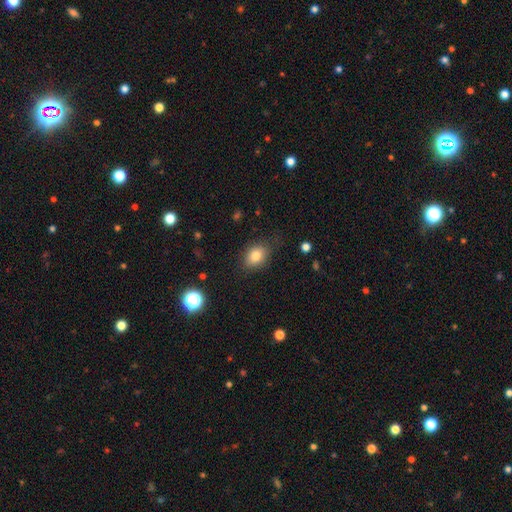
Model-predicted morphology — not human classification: This is likely a smooth galaxy (80%). How rounded: likely in between (64%). Merging: likely none (76%).